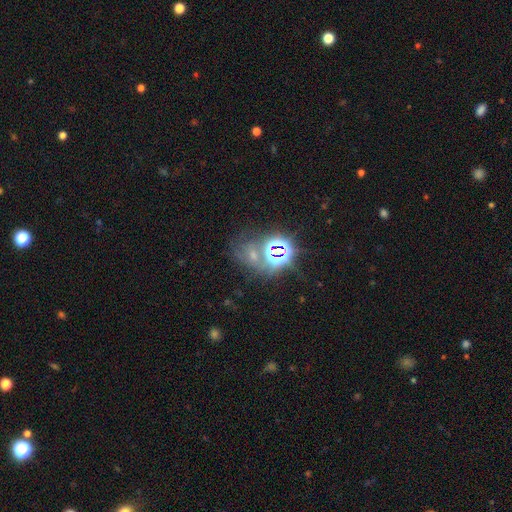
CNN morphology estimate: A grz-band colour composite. It shows a star or artifact, not a galaxy (69%).